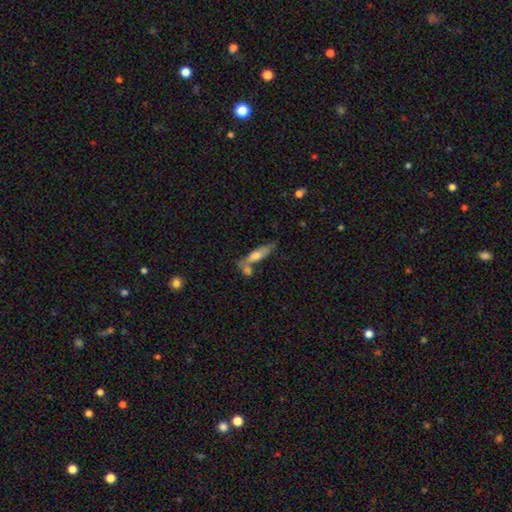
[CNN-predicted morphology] smooth 61%, featured or disk 32%, star or artifact 7%. Down the decision tree: how rounded — cigar-shaped (62%); merging — none (47%).